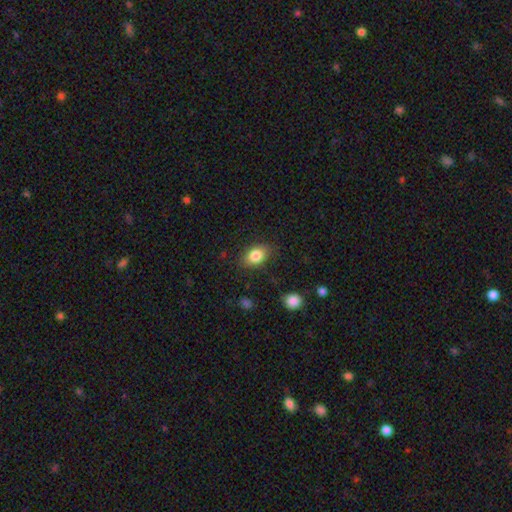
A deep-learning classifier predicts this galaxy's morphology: A smooth galaxy with no disk features (83%) that is in between round and cigar-shaped (83%). Merging: none (83%).